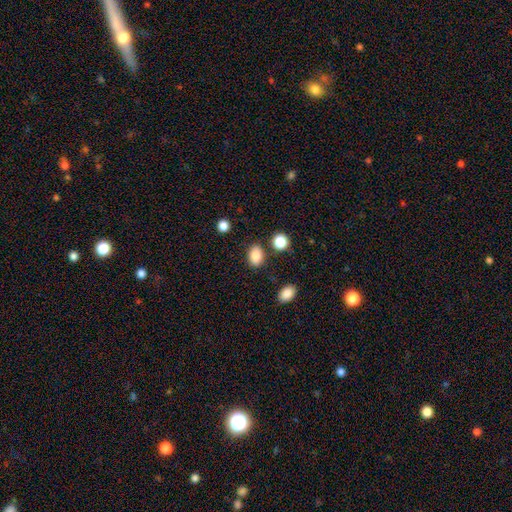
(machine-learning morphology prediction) This is clearly a smooth galaxy (86%). How rounded: likely in between (78%). Merging: likely none (79%).